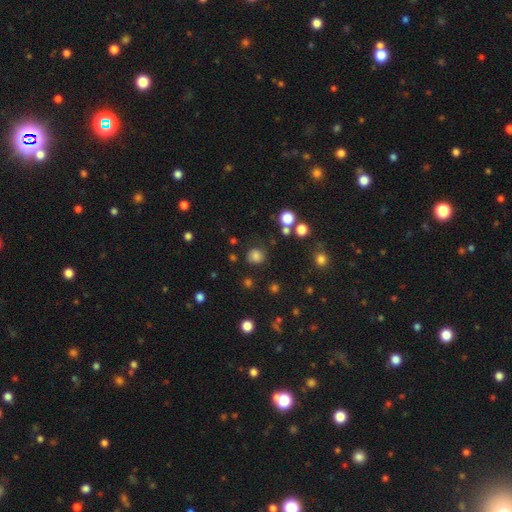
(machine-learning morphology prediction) Smooth or featured? Predicted: smooth (p=0.79). How rounded? Predicted: round (p=0.89). Merging? Predicted: none (p=0.83).